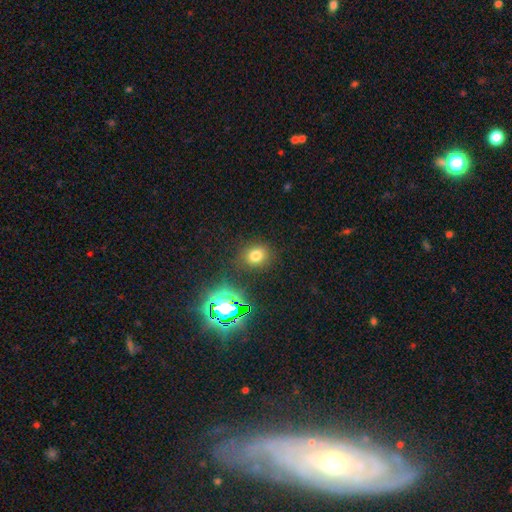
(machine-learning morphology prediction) The model was most divided on "how rounded": round: 63%, in between: 36%, cigar-shaped: 1%. More confident: merging — none (85%); smooth or featured — smooth (72%).